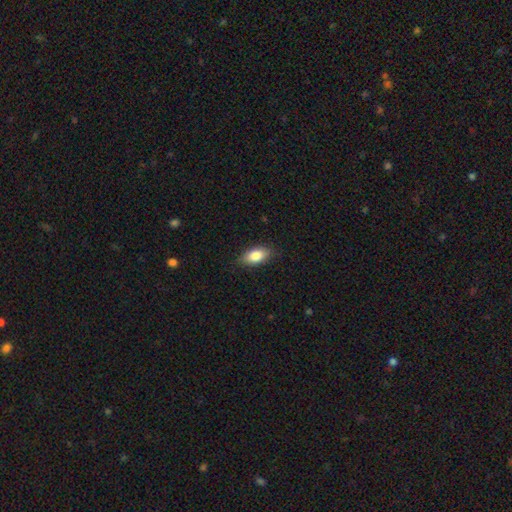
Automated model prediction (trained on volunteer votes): Smooth or featured?
  - smooth: 84% *
  - featured or disk: 9%
  - star or artifact: 7%
How rounded?
  - in between: 90% *
  - cigar-shaped: 6%
  - round: 5%
Merging?
  - none: 83% *
  - minor disturbance: 14%
  - major disturbance: 3%
  - merger: 1%